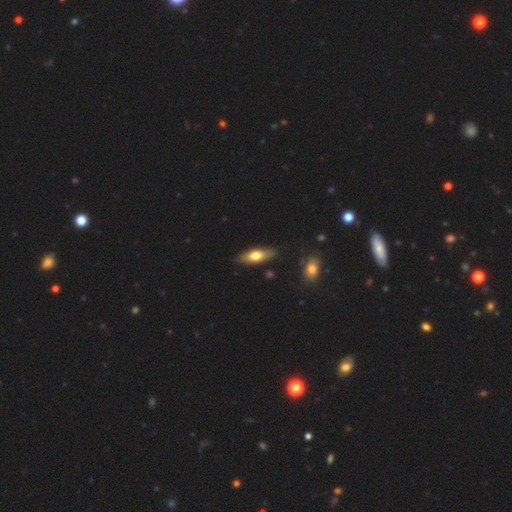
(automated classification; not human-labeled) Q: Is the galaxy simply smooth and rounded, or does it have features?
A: smooth — 64%.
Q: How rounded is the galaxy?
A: in between — 64%.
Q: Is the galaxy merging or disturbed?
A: none — 85%.